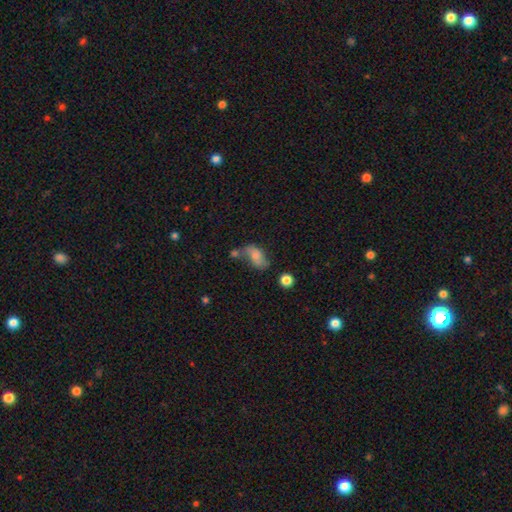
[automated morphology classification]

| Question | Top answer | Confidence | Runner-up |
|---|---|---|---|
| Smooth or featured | smooth | 60% | featured or disk (28%) |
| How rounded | in between | 88% | round (8%) |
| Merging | none | 34% | merger (25%) |